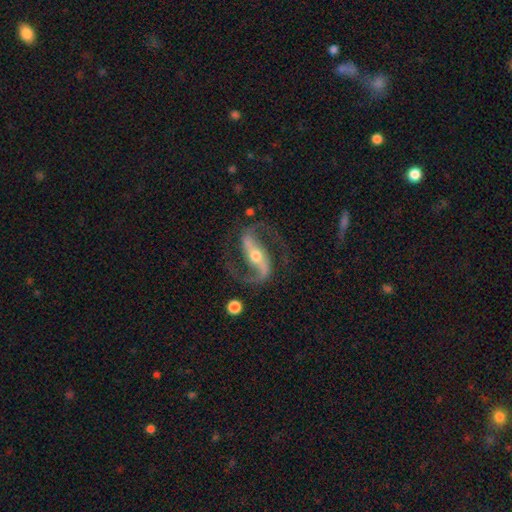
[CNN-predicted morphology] smooth_or_featured: featured or disk (p=0.92) [alt: star or artifact p=0.04]
disk_edge_on: no (p=0.96) [alt: yes p=0.04]
bar: strong (p=0.69) [alt: weak p=0.20]
has_spiral_arms: yes (p=0.98) [alt: no p=0.02]
spiral_winding: medium (p=0.58) [alt: loose p=0.29]
spiral_arm_count: 2 (p=0.94) [alt: 1 p=0.02]
bulge_size: moderate (p=0.59) [alt: small p=0.35]
merging: none (p=0.81) [alt: minor disturbance p=0.10]